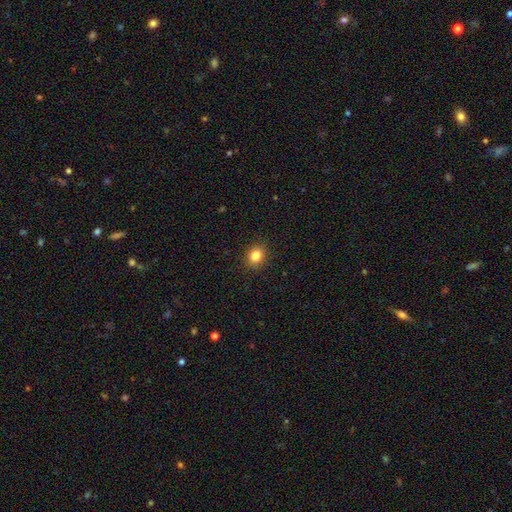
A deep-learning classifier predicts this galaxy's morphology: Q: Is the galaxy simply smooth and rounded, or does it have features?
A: smooth — 83%.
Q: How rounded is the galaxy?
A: round — 56%.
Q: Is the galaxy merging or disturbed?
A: none — 90%.